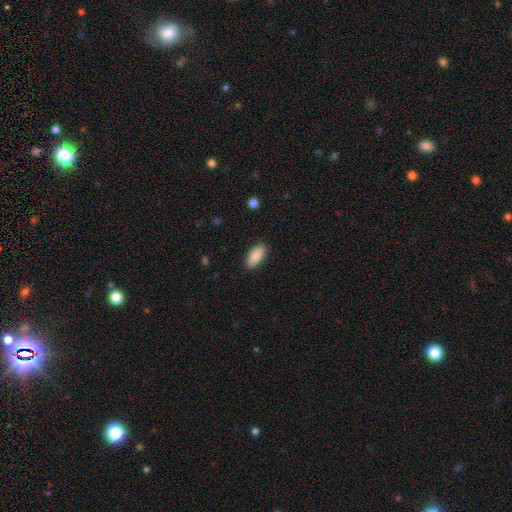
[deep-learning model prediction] The model was most divided on "merging": none: 89%, minor disturbance: 8%, major disturbance: 2%, merger: 1%. More confident: how rounded — in between (91%); smooth or featured — smooth (91%).